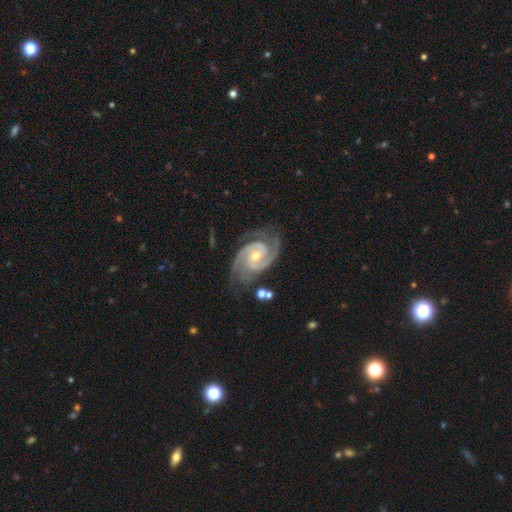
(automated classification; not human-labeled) smooth_or_featured: featured or disk (p=0.93) [alt: star or artifact p=0.04]
disk_edge_on: no (p=0.98) [alt: yes p=0.02]
bar: no (p=0.52) [alt: weak p=0.36]
has_spiral_arms: yes (p=0.99) [alt: no p=0.01]
spiral_winding: tight (p=0.54) [alt: medium p=0.41]
spiral_arm_count: 2 (p=0.68) [alt: 3 p=0.20]
bulge_size: moderate (p=0.57) [alt: small p=0.40]
merging: none (p=0.70) [alt: minor disturbance p=0.20]